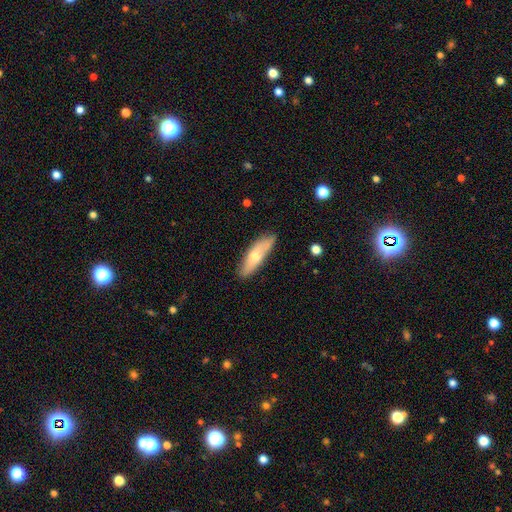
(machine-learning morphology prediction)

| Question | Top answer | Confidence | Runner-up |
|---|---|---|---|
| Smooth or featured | smooth | 59% | featured or disk (35%) |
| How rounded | cigar-shaped | 56% | in between (42%) |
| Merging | none | 83% | minor disturbance (14%) |